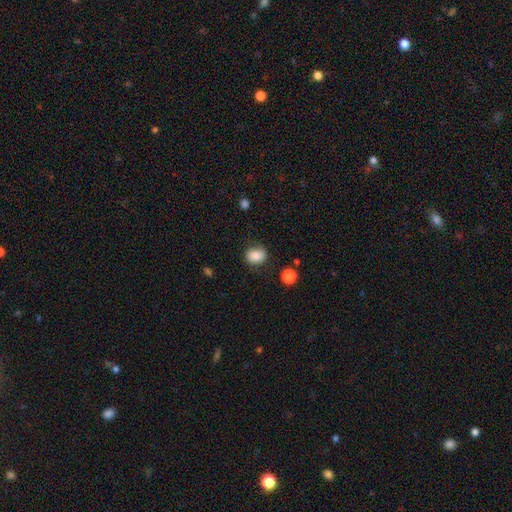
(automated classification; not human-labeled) This appears to be a smooth galaxy with no disk features (82%) that is round (54%). Merging: none (76%).